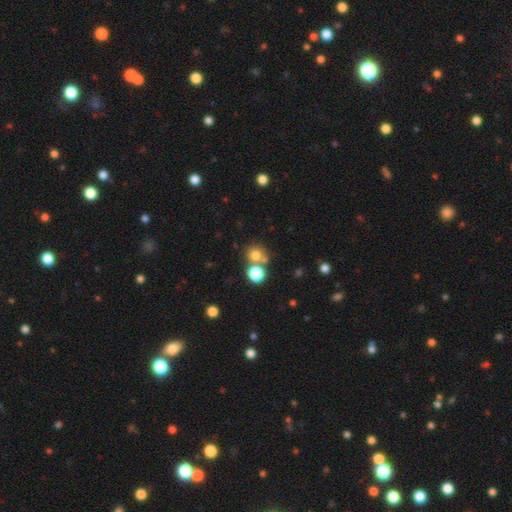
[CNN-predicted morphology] The model was most divided on "merging": none: 58%, merger: 31%, minor disturbance: 7%, major disturbance: 4%. More confident: how rounded — round (87%); smooth or featured — smooth (74%).